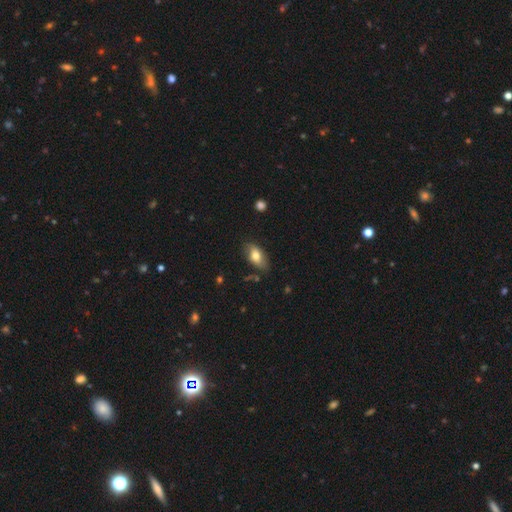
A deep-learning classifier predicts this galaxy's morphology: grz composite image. It shows a smooth galaxy with no disk features (70%) that is in between round and cigar-shaped (90%). Merging: none (75%).